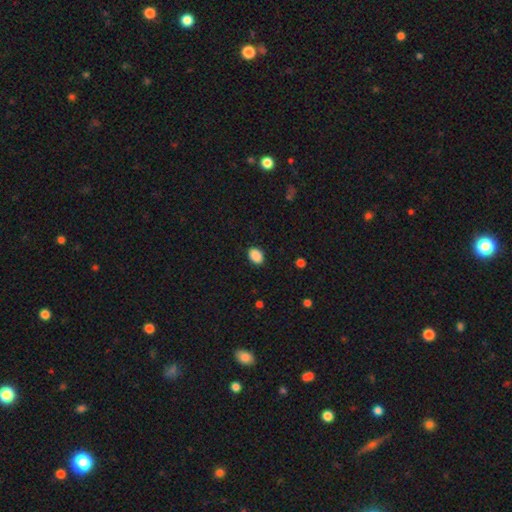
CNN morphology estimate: Q: Smooth or featured?
A: smooth (89%); runner-up: star or artifact (8%)
Q: How rounded?
A: in between (74%); runner-up: round (25%)
Q: Merging?
A: none (89%); runner-up: minor disturbance (8%)